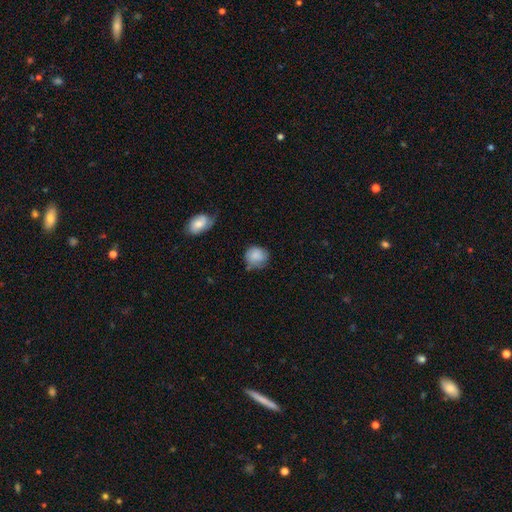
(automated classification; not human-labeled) Smooth or featured? Predicted: smooth (p=0.81). How rounded? Predicted: round (p=0.77). Merging? Predicted: none (p=0.59).